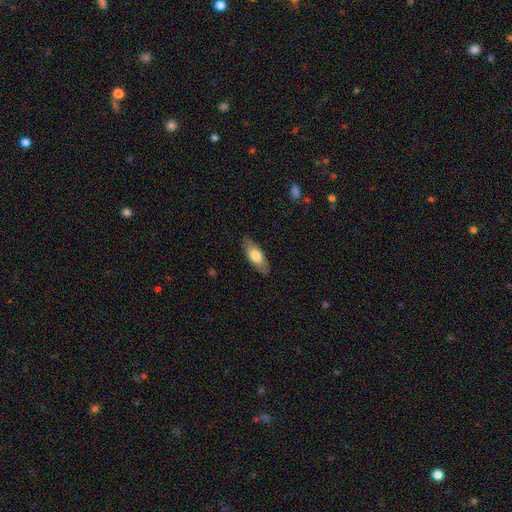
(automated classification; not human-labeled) Morphology: type=smooth (71%); roundness=in between (74%); merging=none (86%).